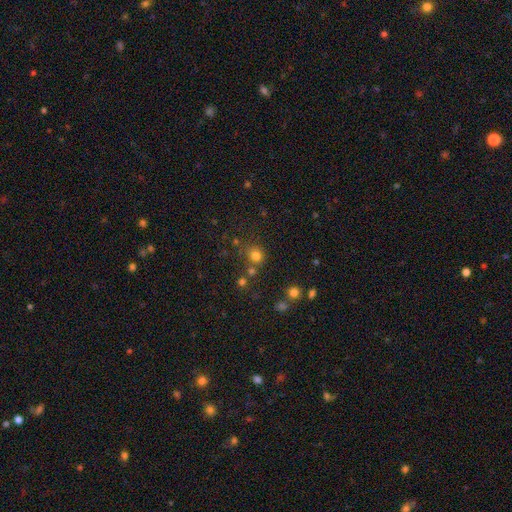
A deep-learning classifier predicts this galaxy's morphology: This is likely a smooth galaxy (76%). How rounded: clearly round (80%). Merging: likely none (71%).